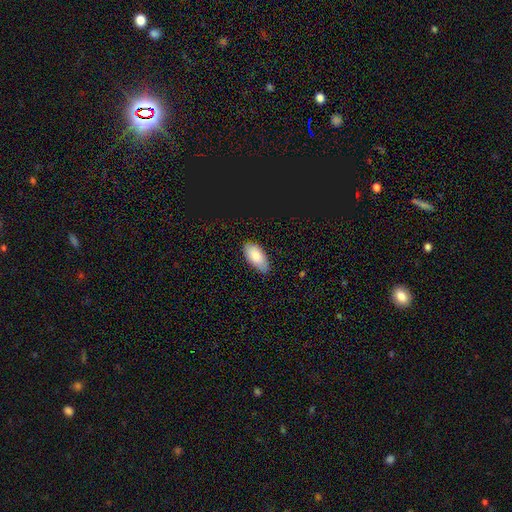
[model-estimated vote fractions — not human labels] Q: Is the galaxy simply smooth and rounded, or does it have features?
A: smooth — 83%.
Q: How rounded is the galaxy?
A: in between — 93%.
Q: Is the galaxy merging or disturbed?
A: none — 80%.